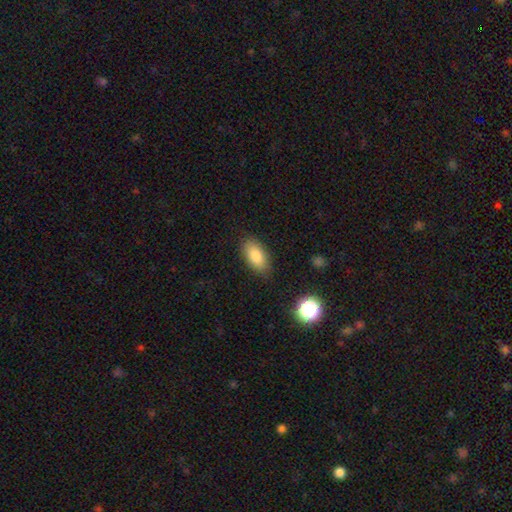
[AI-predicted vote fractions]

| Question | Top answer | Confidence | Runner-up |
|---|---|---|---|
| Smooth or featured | smooth | 84% | featured or disk (9%) |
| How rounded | in between | 90% | cigar-shaped (7%) |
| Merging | none | 83% | minor disturbance (13%) |